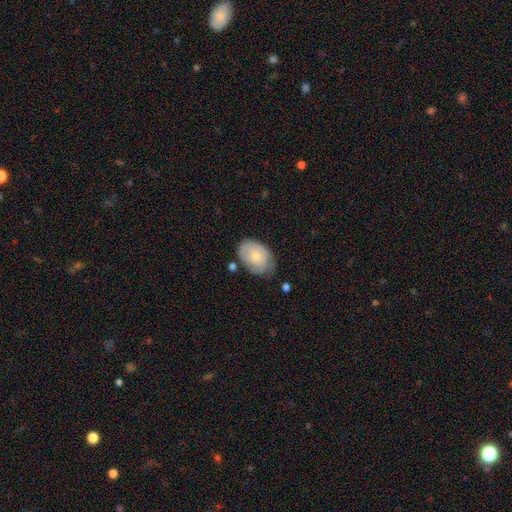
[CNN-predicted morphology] smooth-or-featured: smooth: 60% | featured or disk: 34% | star or artifact: 6%
  how-rounded: in between: 81% | round: 18% | cigar-shaped: 1%
  merging: none: 58% | minor disturbance: 31% | major disturbance: 8% | merger: 3%